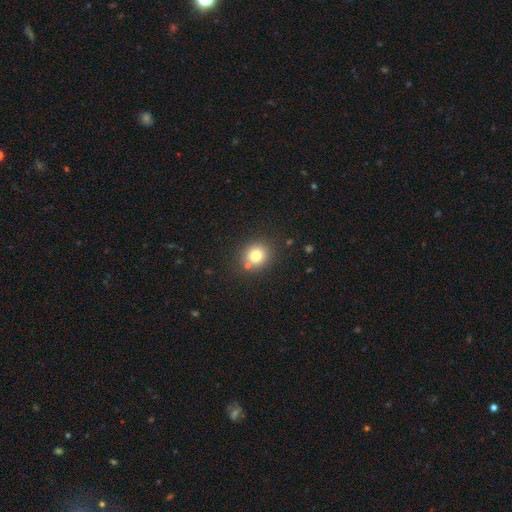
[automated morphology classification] Q: Smooth or featured?
A: smooth (77%); runner-up: star or artifact (13%)
Q: How rounded?
A: round (83%); runner-up: in between (16%)
Q: Merging?
A: none (80%); runner-up: minor disturbance (9%)